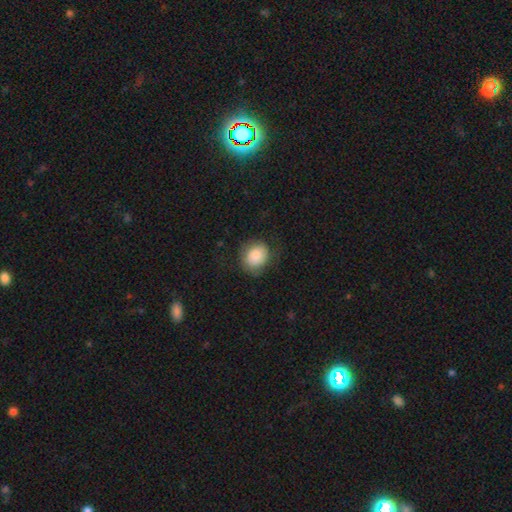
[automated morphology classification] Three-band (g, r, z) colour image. It shows a smooth galaxy with no disk features (83%) that is round (64%). Merging: none (71%).